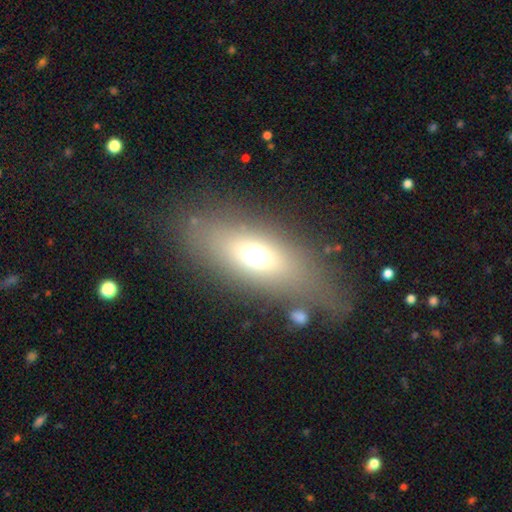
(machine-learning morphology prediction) Smooth or featured? Predicted: smooth (p=0.63). How rounded? Predicted: in between (p=0.75). Merging? Predicted: none (p=0.76).